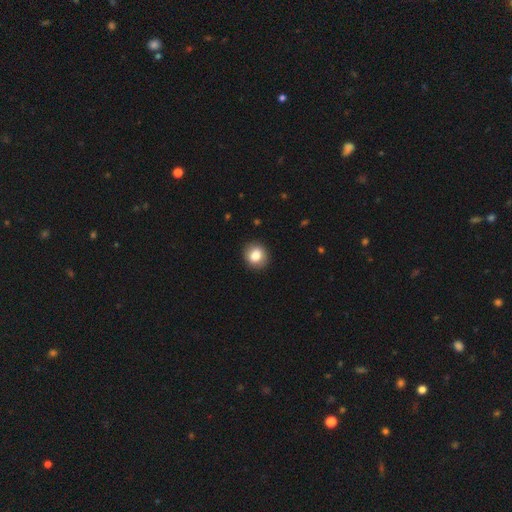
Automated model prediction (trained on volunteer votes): Smooth or featured? Predicted: smooth (p=0.82). How rounded? Predicted: round (p=0.79). Merging? Predicted: none (p=0.90).